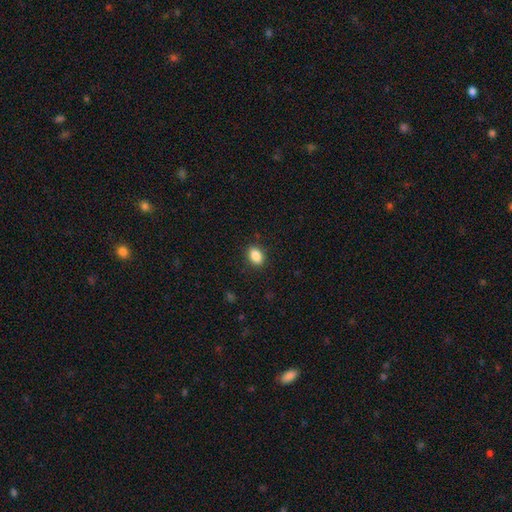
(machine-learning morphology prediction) The model was most divided on "how rounded": in between: 83%, round: 15%, cigar-shaped: 2%. More confident: merging — none (88%); smooth or featured — smooth (87%).